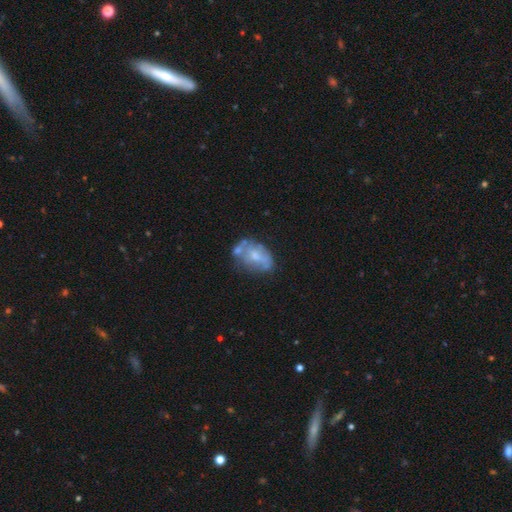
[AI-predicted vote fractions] smooth-or-featured: featured or disk: 50% | smooth: 41% | star or artifact: 8%
  disk-edge-on: no: 95% | yes: 5%
  merging: none: 36% | minor disturbance: 26% | merger: 23% | major disturbance: 15%